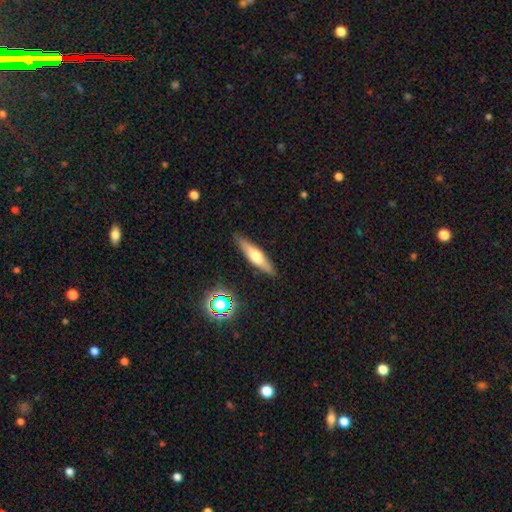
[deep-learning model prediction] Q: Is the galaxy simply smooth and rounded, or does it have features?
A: smooth — 47%.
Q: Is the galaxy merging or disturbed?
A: none — 89%.